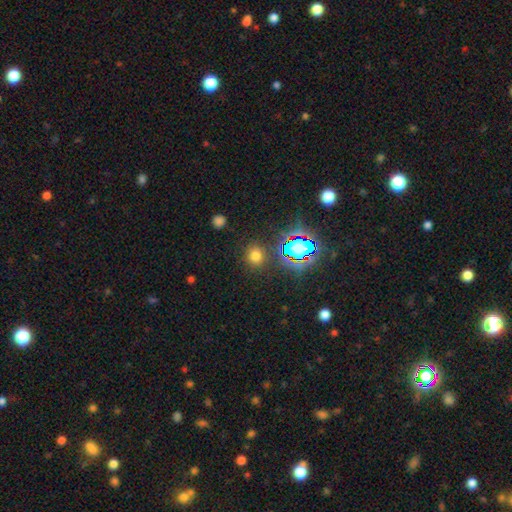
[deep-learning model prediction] Smooth or featured? smooth (67%)
How rounded? round (84%)
Merging? none (87%)